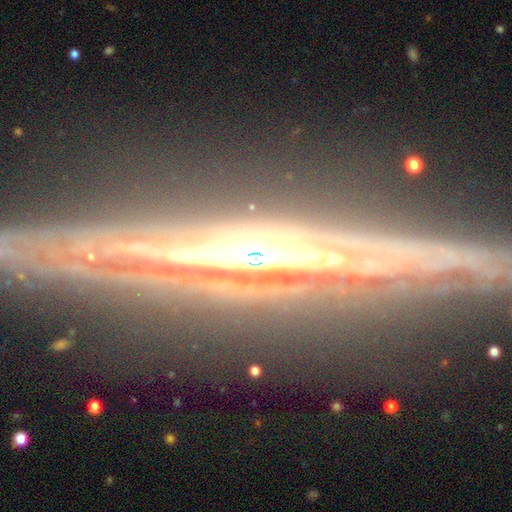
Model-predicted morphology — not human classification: This appears to be a featured or disk galaxy (69%) viewed edge-on (52%). Merging: none (71%).